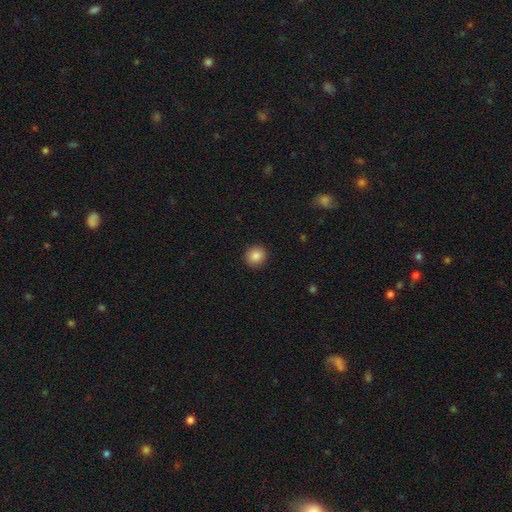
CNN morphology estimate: This is clearly a smooth galaxy (87%). How rounded: clearly round (90%). Merging: clearly none (92%).